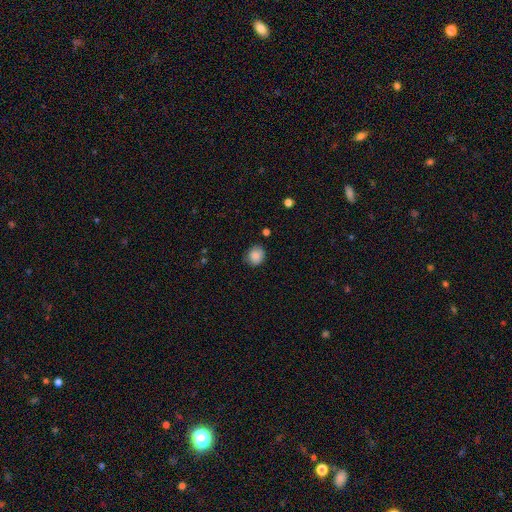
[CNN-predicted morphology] Smooth or featured?
  - smooth: 86% *
  - star or artifact: 9%
  - featured or disk: 5%
How rounded?
  - round: 74% *
  - in between: 25%
  - cigar-shaped: 1%
Merging?
  - none: 79% *
  - minor disturbance: 16%
  - major disturbance: 3%
  - merger: 2%